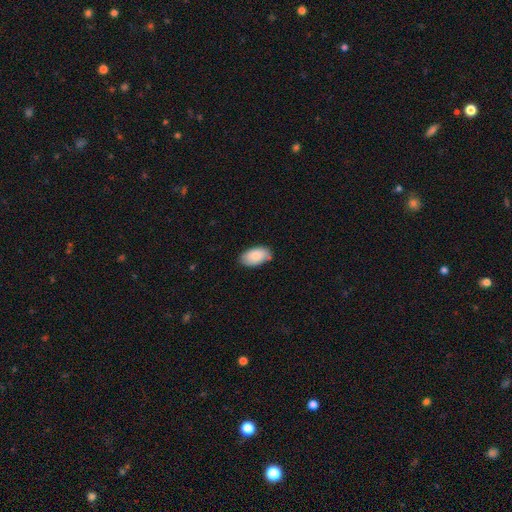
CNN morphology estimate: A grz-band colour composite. It shows a smooth galaxy with no disk features (86%) that is in between round and cigar-shaped (96%). Merging: none (80%).